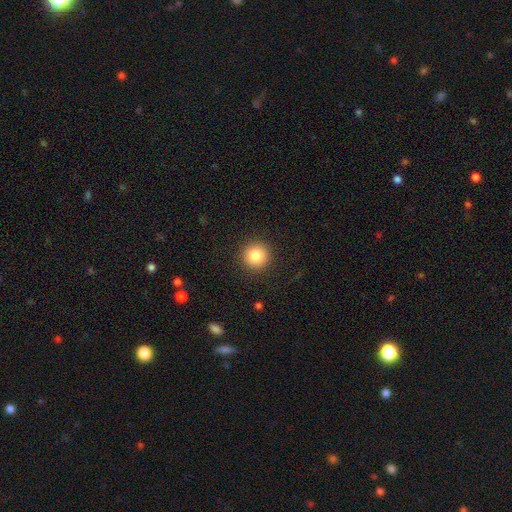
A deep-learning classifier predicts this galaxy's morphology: Overall: smooth (84%). How rounded: round (95%). Merging: none (91%).